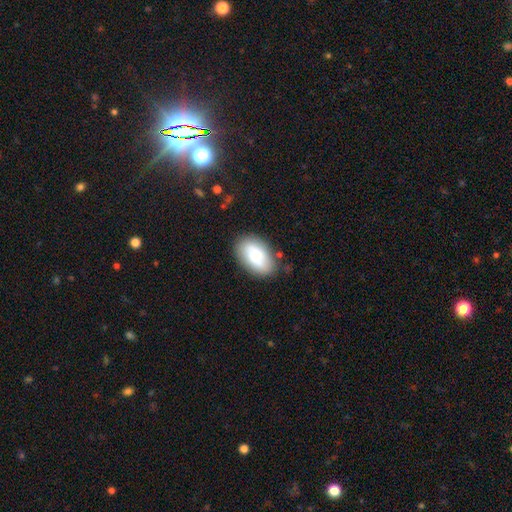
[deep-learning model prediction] smooth_or_featured: smooth (p=0.74) [alt: featured or disk p=0.18]
how_rounded: in between (p=0.92) [alt: round p=0.06]
merging: none (p=0.78) [alt: minor disturbance p=0.15]